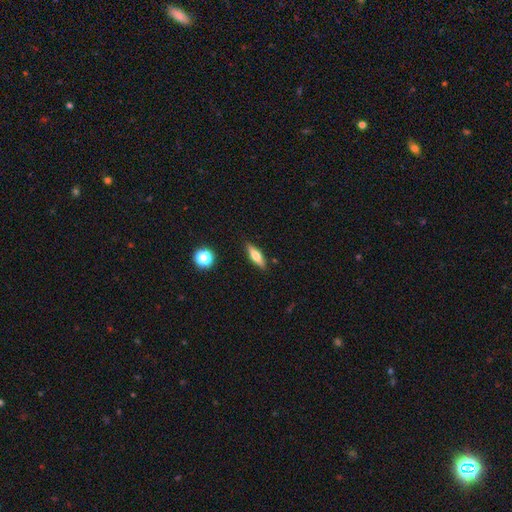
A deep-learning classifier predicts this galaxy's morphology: Smooth or featured: smooth — 52% (featured or disk — 41%)
How rounded: cigar-shaped — 59% (in between — 38%)
Merging: none — 88% (minor disturbance — 8%)